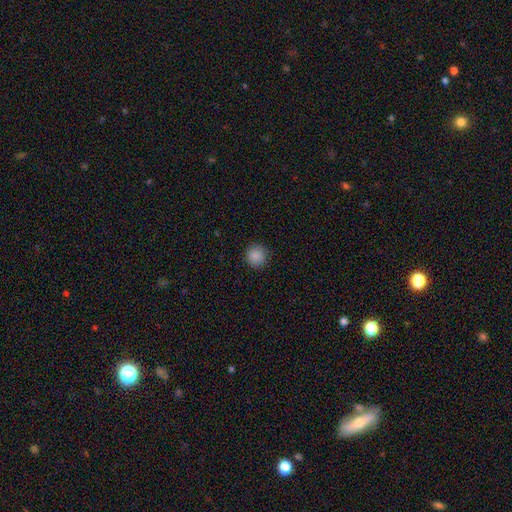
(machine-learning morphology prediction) smooth-or-featured: smooth: 87% | star or artifact: 9% | featured or disk: 3%
  how-rounded: round: 94% | in between: 5% | cigar-shaped: 1%
  merging: none: 91% | minor disturbance: 6% | major disturbance: 2% | merger: 1%